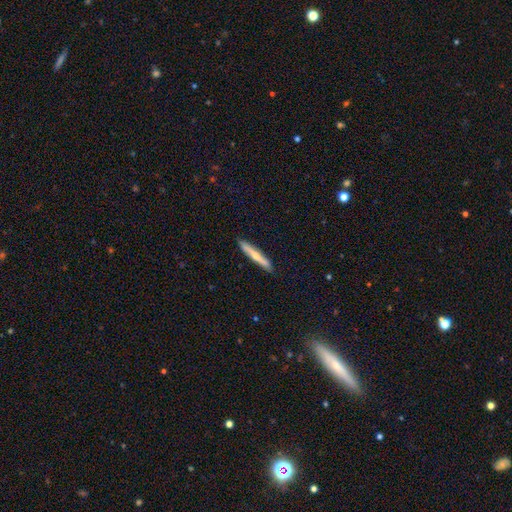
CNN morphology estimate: type=smooth (51%); roundness=cigar-shaped (94%); merging=none (87%).